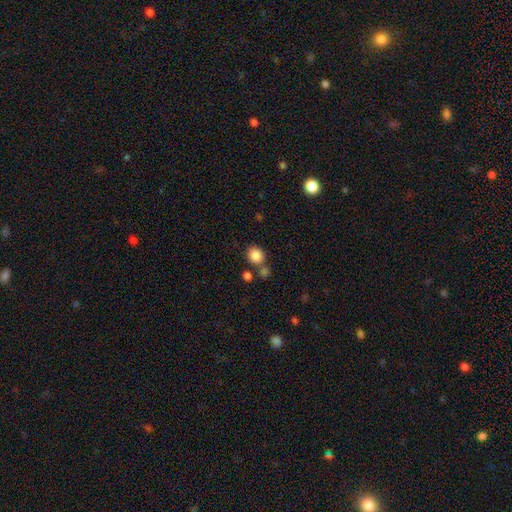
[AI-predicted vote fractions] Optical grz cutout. It shows a smooth galaxy with no disk features (85%) that is round (78%). Merging: none (68%).